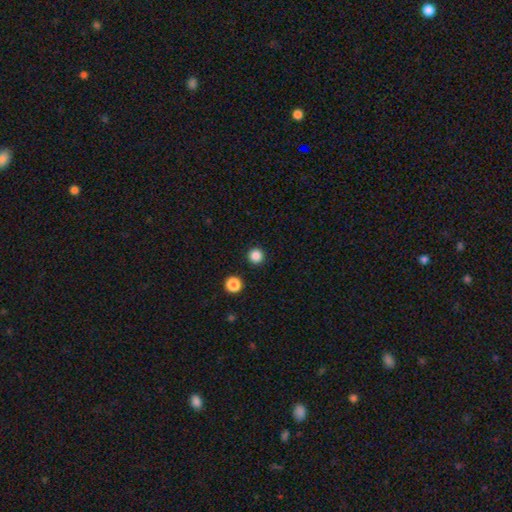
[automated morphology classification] The model was most divided on "smooth or featured": smooth: 85%, star or artifact: 12%, featured or disk: 3%. More confident: how rounded — round (96%); merging — none (93%).